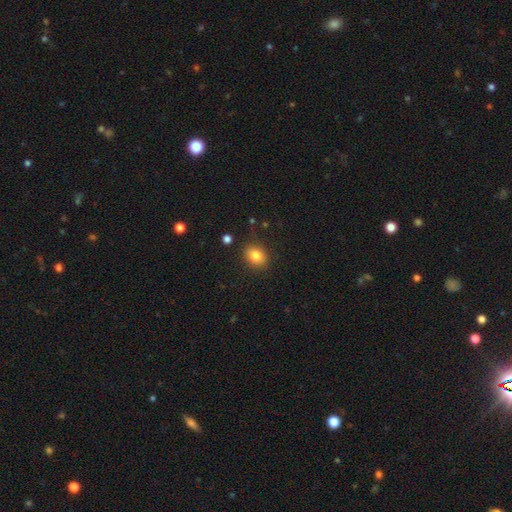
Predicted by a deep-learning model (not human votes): The model was most divided on "how rounded": in between: 54%, round: 45%, cigar-shaped: 1%. More confident: merging — none (84%); smooth or featured — smooth (82%).